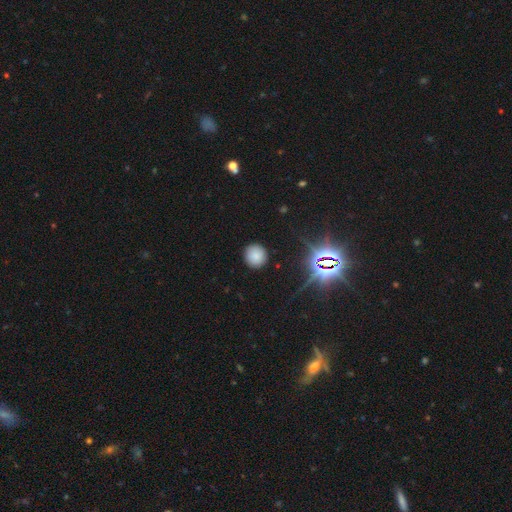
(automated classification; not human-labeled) Morphology: type=smooth (78%); roundness=round (92%); merging=none (89%).